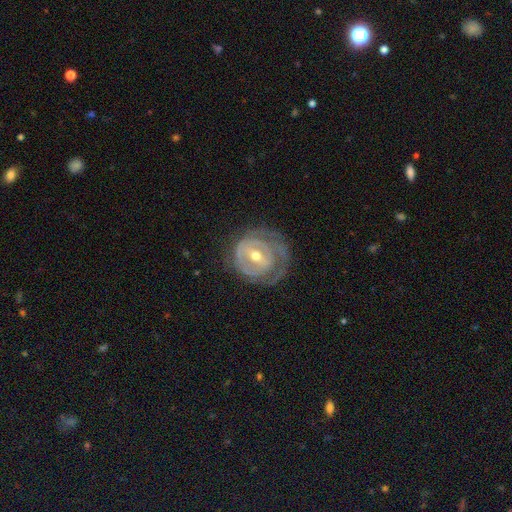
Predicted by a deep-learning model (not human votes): Q: Smooth or featured?
A: featured or disk (82%); runner-up: smooth (14%)
Q: Edge-on disk?
A: no (97%); runner-up: yes (3%)
Q: Bar?
A: weak (47%); runner-up: strong (27%)
Q: Spiral arms?
A: yes (77%); runner-up: no (23%)
Q: Spiral winding?
A: tight (72%); runner-up: medium (21%)
Q: Spiral arm count?
A: can't tell (35%); tied with: 2 (35%)
Q: Bulge size?
A: moderate (59%); runner-up: small (37%)
Q: Merging?
A: none (62%); runner-up: minor disturbance (20%)